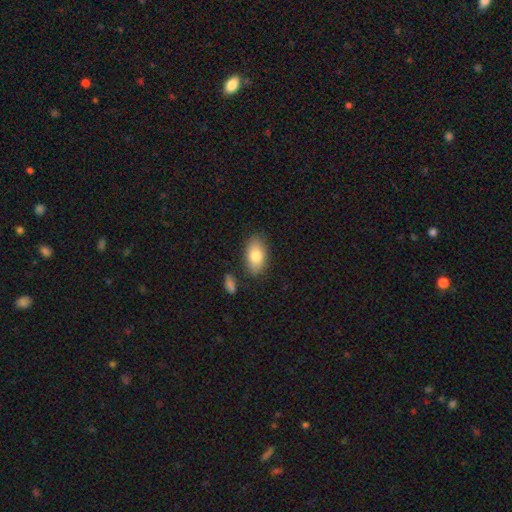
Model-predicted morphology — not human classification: Smooth or featured? Predicted: smooth (p=0.80). How rounded? Predicted: in between (p=0.92). Merging? Predicted: none (p=0.82).